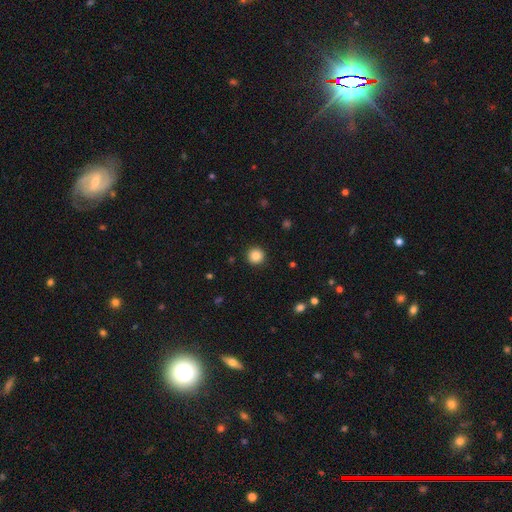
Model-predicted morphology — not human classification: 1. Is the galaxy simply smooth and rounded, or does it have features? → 86% smooth, 10% star or artifact, 4% featured or disk.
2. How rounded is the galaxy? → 96% round, 3% in between, 1% cigar-shaped.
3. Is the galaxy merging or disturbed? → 93% none, 5% minor disturbance, 2% major disturbance, 1% merger.